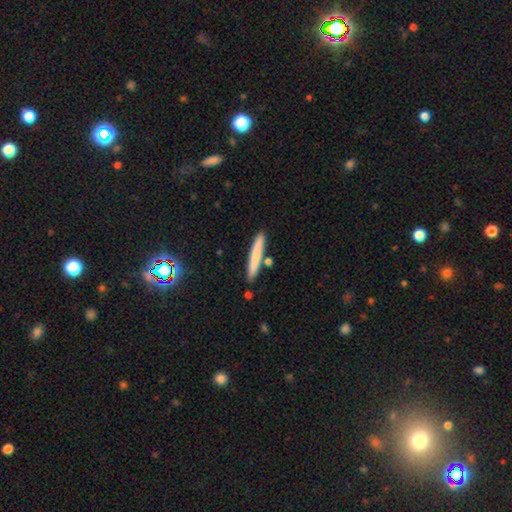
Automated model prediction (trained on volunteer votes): Smooth or featured? Predicted: smooth (p=0.73). How rounded? Predicted: cigar-shaped (p=0.95). Merging? Predicted: none (p=0.85).